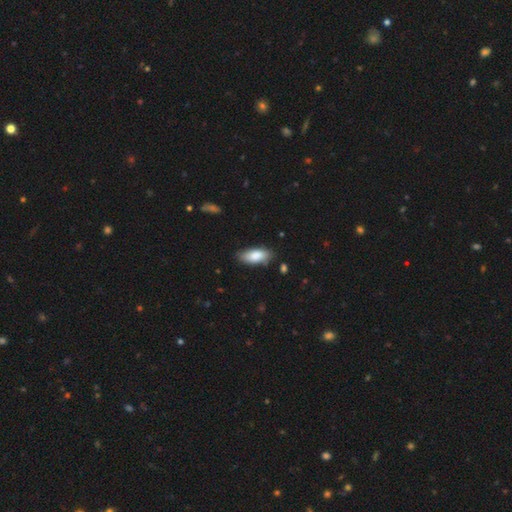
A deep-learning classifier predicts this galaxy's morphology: type=smooth (85%); roundness=in between (83%); merging=none (80%).